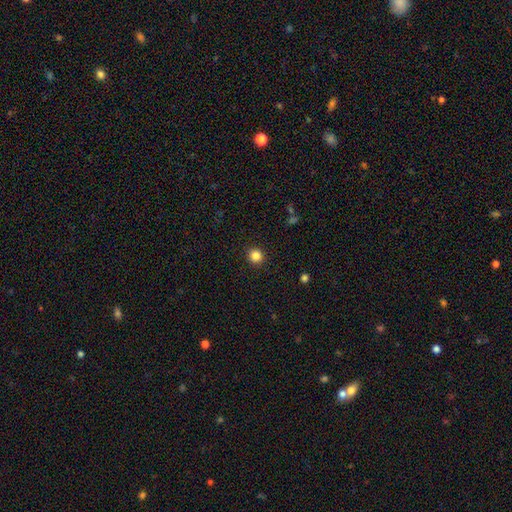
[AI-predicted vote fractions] Smooth or featured: smooth — 85% (star or artifact — 12%)
How rounded: round — 94% (in between — 5%)
Merging: none — 93% (minor disturbance — 5%)